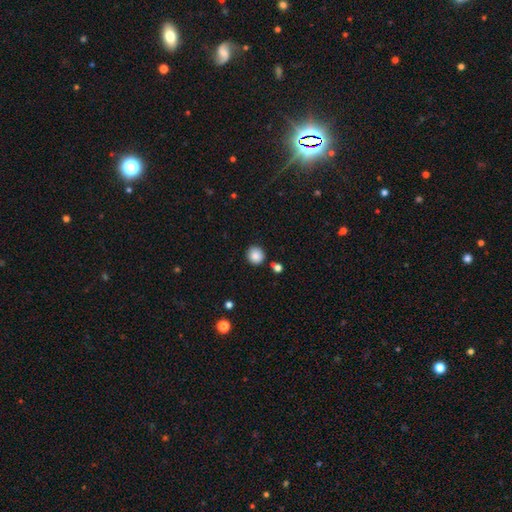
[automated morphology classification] Smooth or featured? smooth (87%)
How rounded? round (90%)
Merging? none (85%)